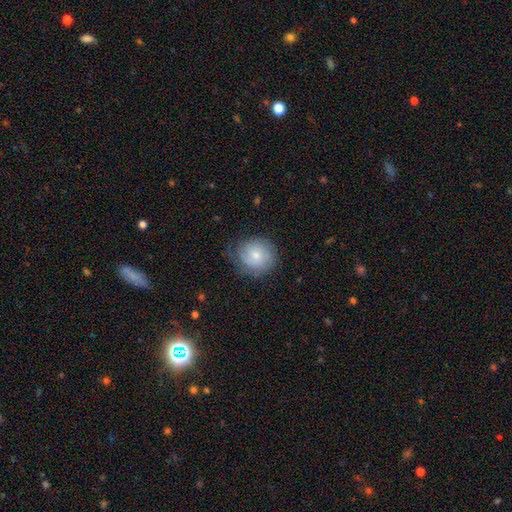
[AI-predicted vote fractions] Smooth or featured: smooth — 65% (featured or disk — 28%)
How rounded: round — 88% (in between — 11%)
Merging: none — 68% (minor disturbance — 23%)